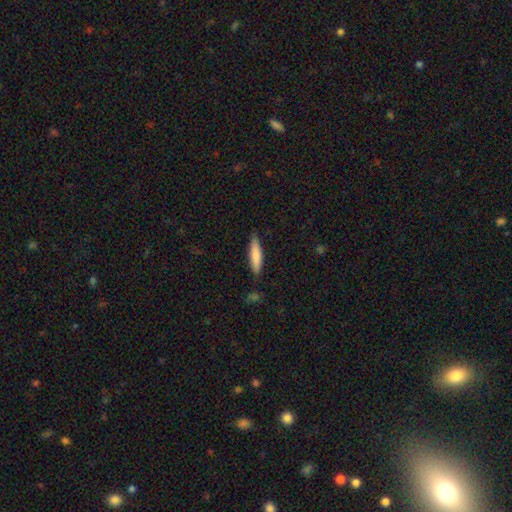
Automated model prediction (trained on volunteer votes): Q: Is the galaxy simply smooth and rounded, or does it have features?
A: smooth — 79%.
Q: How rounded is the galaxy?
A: cigar-shaped — 77%.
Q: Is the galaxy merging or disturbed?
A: none — 83%.